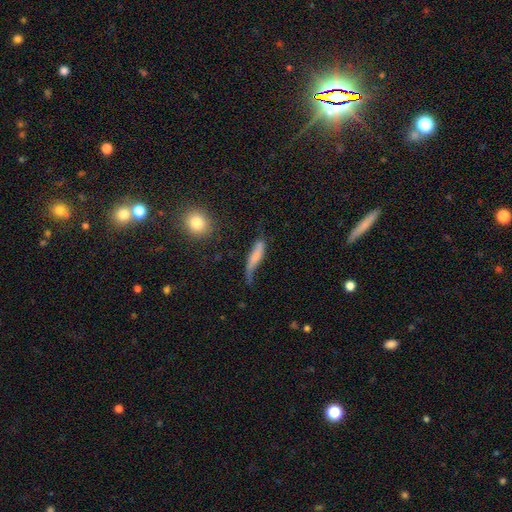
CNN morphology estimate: The model was most divided on "merging": none: 36%, minor disturbance: 32%, major disturbance: 27%, merger: 6%. More confident: how rounded — cigar-shaped (75%); smooth or featured — smooth (63%).